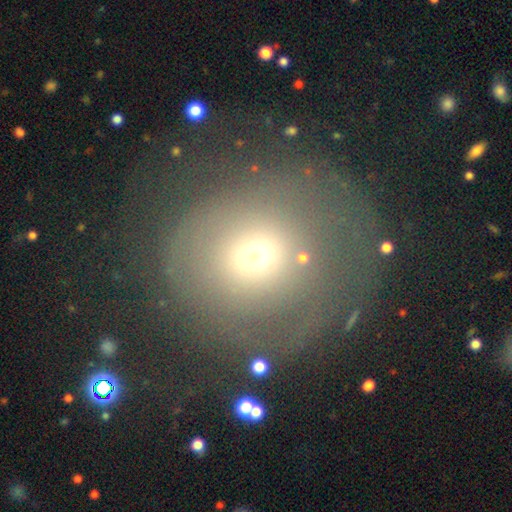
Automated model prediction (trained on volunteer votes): A smooth galaxy with no disk features (55%) that is round (85%). Merging: none (52%).